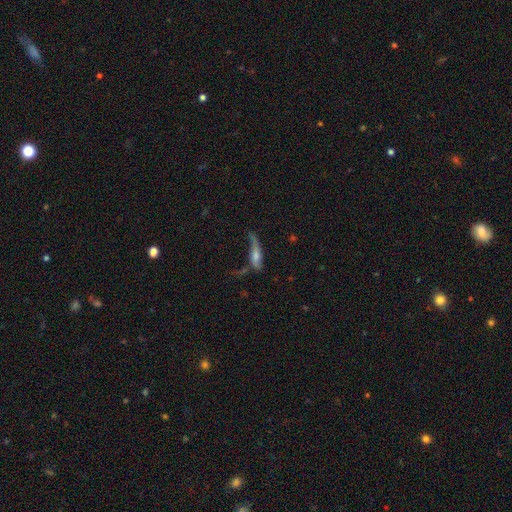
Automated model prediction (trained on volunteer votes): Q: Smooth or featured?
A: featured or disk (49%); runner-up: smooth (41%)
Q: Merging?
A: none (36%); runner-up: major disturbance (28%)